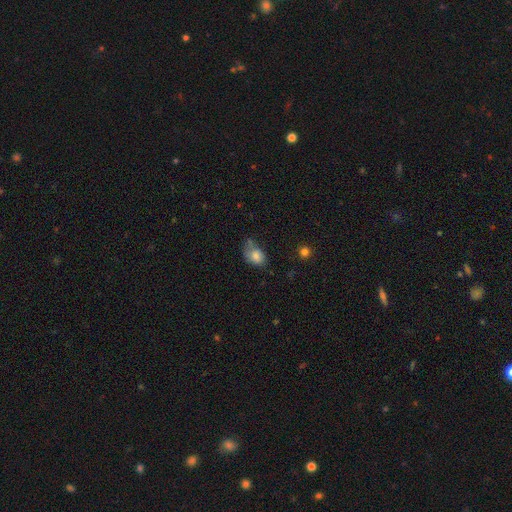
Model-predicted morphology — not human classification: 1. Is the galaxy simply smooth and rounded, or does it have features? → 78% smooth, 13% featured or disk, 9% star or artifact.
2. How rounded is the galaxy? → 76% in between, 23% round, 1% cigar-shaped.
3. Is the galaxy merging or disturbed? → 38% none, 34% minor disturbance, 16% major disturbance, 11% merger.